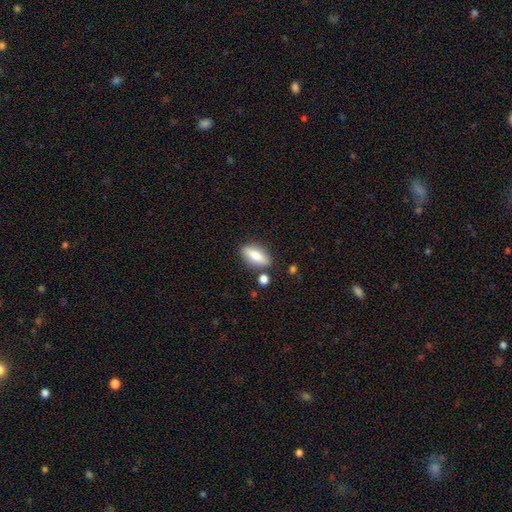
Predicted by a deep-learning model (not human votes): Smooth or featured? Predicted: smooth (p=0.76). How rounded? Predicted: in between (p=0.78). Merging? Predicted: none (p=0.81).